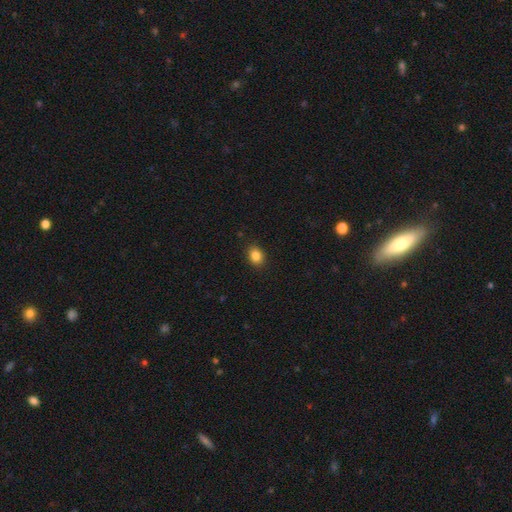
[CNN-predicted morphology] This is clearly a smooth galaxy (86%). How rounded: possibly in between (58%). Merging: clearly none (89%).